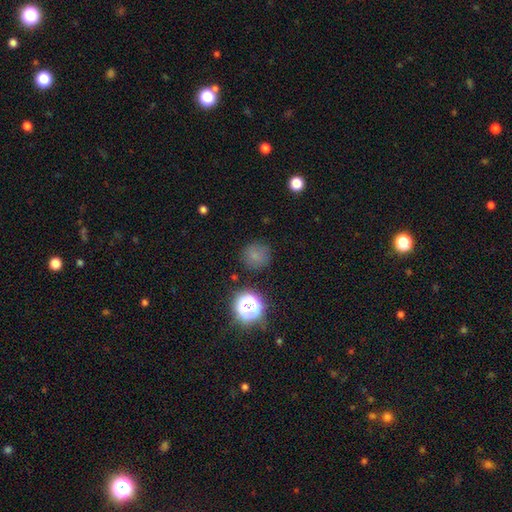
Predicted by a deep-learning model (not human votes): This is likely a smooth galaxy (71%). How rounded: clearly round (91%). Merging: clearly none (83%).